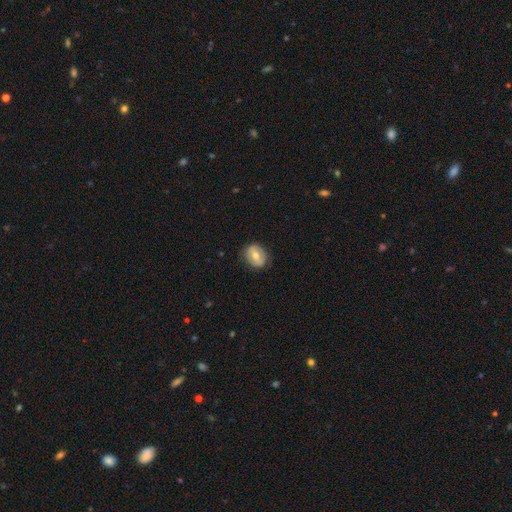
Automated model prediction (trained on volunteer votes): Overall: smooth (52%; featured or disk 41%). How rounded: round (50%; in between 49%). Merging: none (81%).